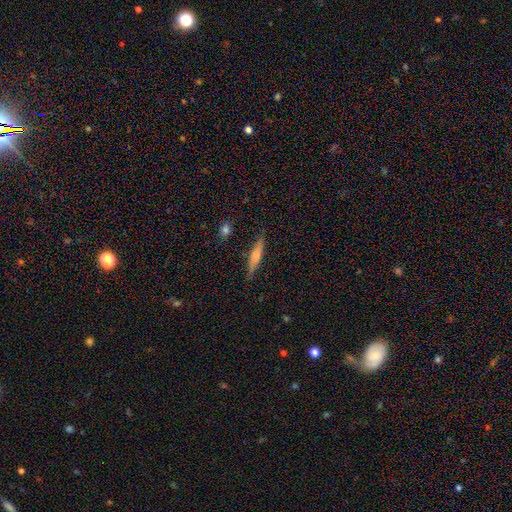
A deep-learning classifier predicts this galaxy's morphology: smooth-or-featured: smooth: 60% | featured or disk: 33% | star or artifact: 7%
  how-rounded: cigar-shaped: 85% | in between: 13% | round: 2%
  merging: none: 84% | minor disturbance: 12% | major disturbance: 3% | merger: 2%